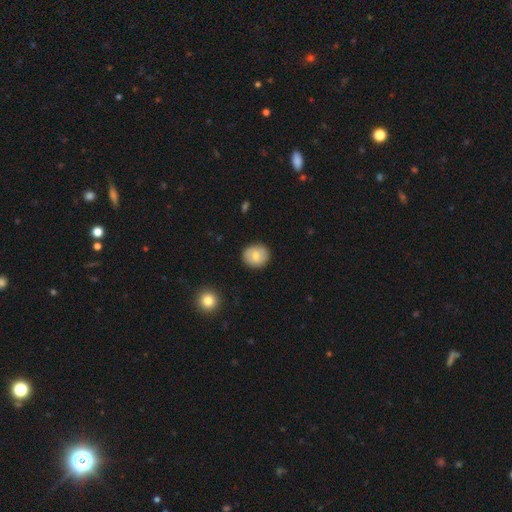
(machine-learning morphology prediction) Overall: smooth (71%). How rounded: round (80%). Merging: none (88%).